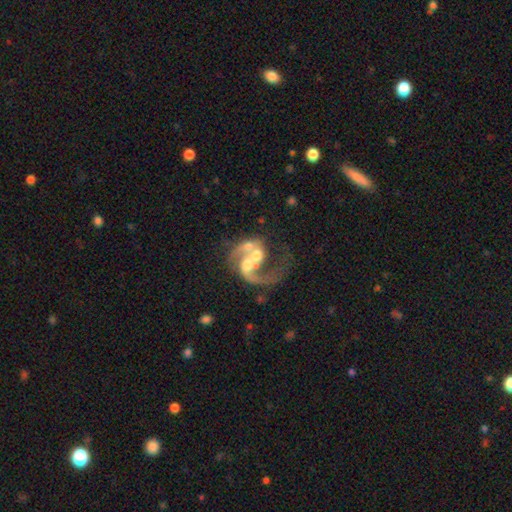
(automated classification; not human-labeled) featured or disk 79%, smooth 13%, star or artifact 7%. Down the decision tree: edge-on disk — no (98%); bar — no (62%); spiral arms — yes (86%); spiral arm count — 1 (46%); spiral winding — loose (55%); bulge size — moderate (56%); merging — merger (58%).